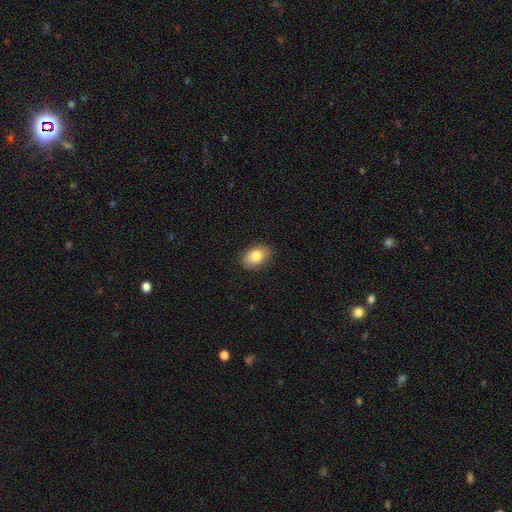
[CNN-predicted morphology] Smooth or featured? smooth (81%)
How rounded? in between (84%)
Merging? none (87%)